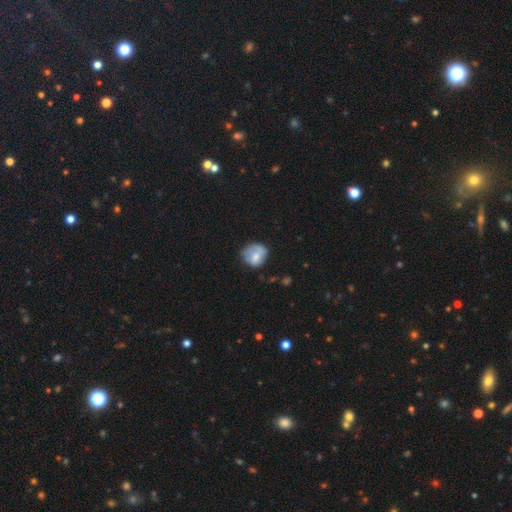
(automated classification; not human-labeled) Overall: smooth (69%). How rounded: round (73%). Merging: none (54%; minor disturbance 31%).